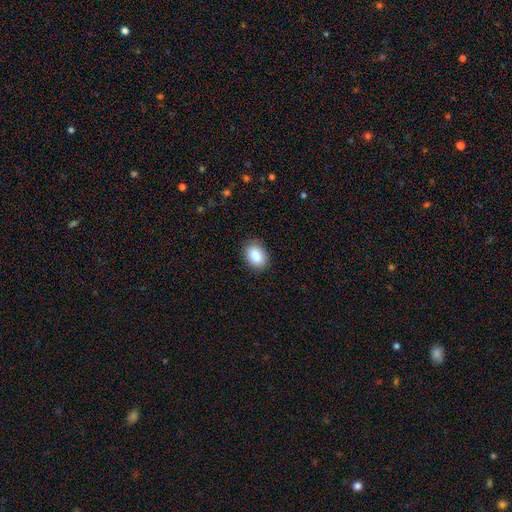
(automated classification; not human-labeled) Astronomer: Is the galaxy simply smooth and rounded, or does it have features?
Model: smooth — 89%.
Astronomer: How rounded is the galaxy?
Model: in between — 81%.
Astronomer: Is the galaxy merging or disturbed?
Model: none — 86%.